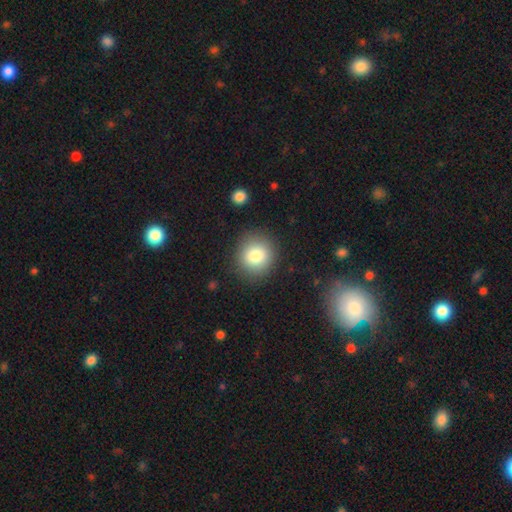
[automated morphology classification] Smooth or featured? smooth (82%)
How rounded? round (90%)
Merging? none (88%)